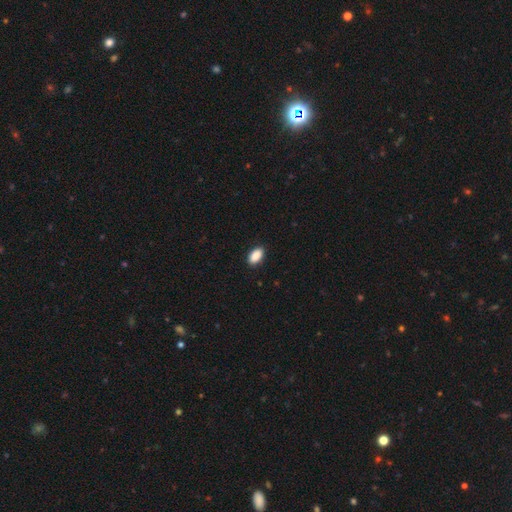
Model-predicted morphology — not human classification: Smooth or featured? Predicted: smooth (p=0.90). How rounded? Predicted: in between (p=0.93). Merging? Predicted: none (p=0.88).